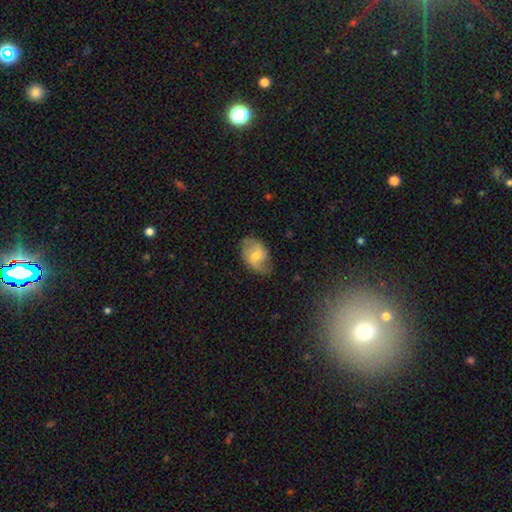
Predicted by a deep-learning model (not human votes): Smooth or featured? Predicted: featured or disk (p=0.51). Edge-on disk? Predicted: no (p=0.95). Merging? Predicted: none (p=0.69).